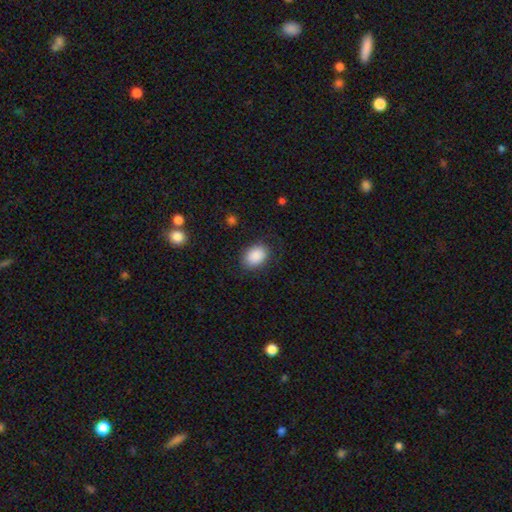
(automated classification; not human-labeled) Smooth or featured?
  - smooth: 89% *
  - star or artifact: 7%
  - featured or disk: 4%
How rounded?
  - in between: 77% *
  - round: 22%
  - cigar-shaped: 1%
Merging?
  - none: 83% *
  - minor disturbance: 12%
  - major disturbance: 4%
  - merger: 1%